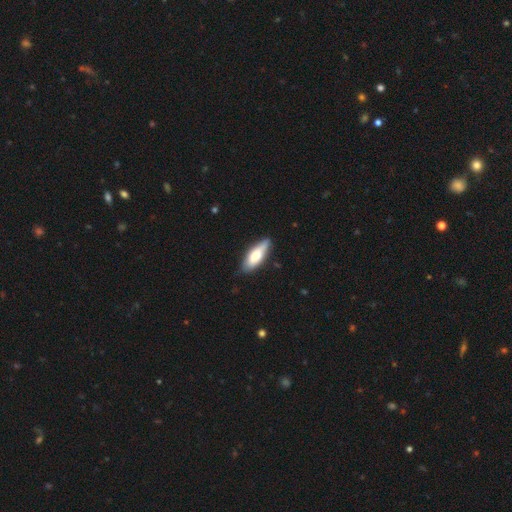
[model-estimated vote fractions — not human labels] Smooth or featured? smooth (73%)
How rounded? in between (63%)
Merging? none (75%)